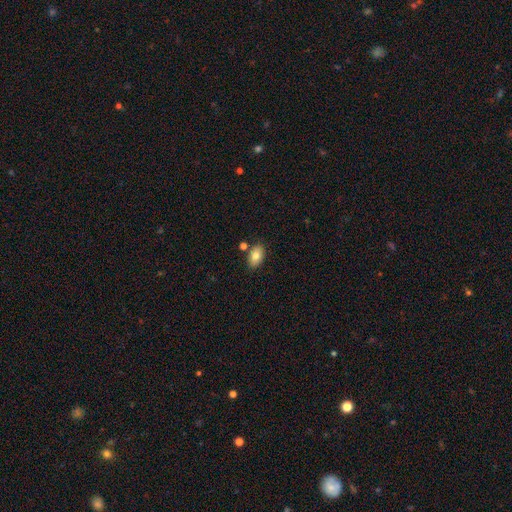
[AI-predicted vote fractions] This appears to be a smooth galaxy with no disk features (80%) that is in between round and cigar-shaped (89%). Merging: none (79%).